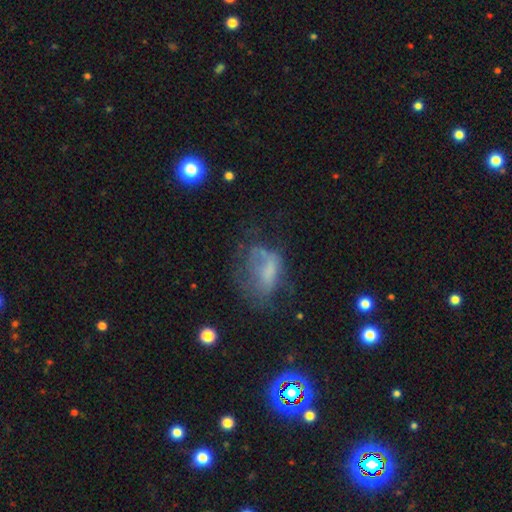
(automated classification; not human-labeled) featured or disk 38% (tied), smooth 38% (tied), star or artifact 24%. Down the decision tree: merging — none (36%).